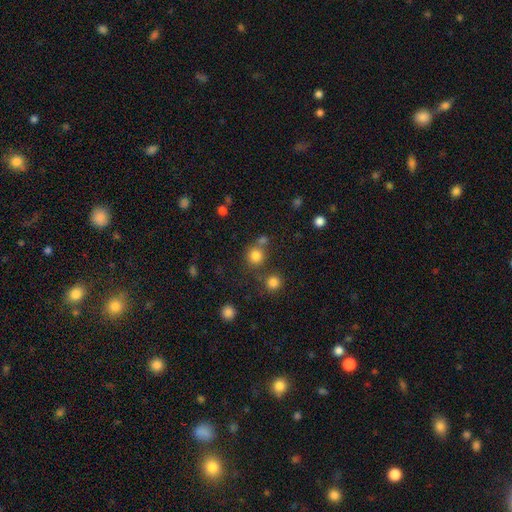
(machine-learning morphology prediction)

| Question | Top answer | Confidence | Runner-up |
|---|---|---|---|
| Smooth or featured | smooth | 80% | star or artifact (14%) |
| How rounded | round | 90% | in between (9%) |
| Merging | none | 66% | merger (21%) |